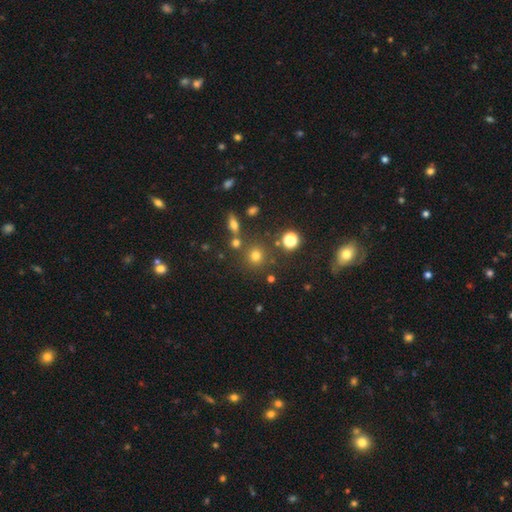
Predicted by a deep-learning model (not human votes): Q: Smooth or featured?
A: smooth (70%); runner-up: star or artifact (21%)
Q: How rounded?
A: round (91%); runner-up: in between (8%)
Q: Merging?
A: none (78%); runner-up: merger (9%)